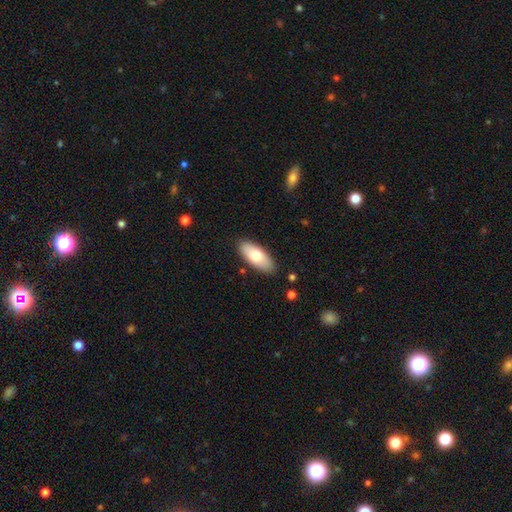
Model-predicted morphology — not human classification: type=smooth (73%); roundness=in between (85%); merging=none (87%).